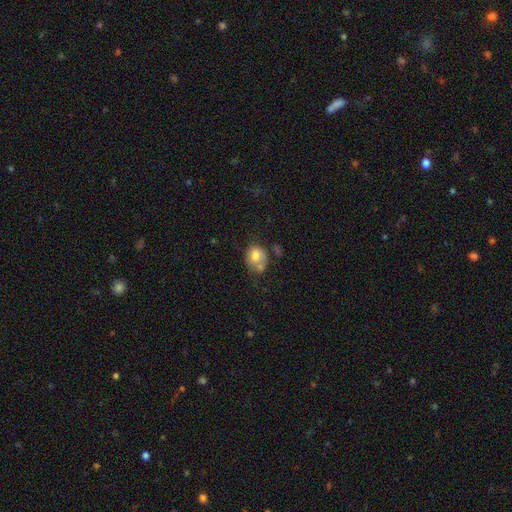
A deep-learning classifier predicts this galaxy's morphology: Smooth or featured: smooth — 74% (featured or disk — 17%)
How rounded: round — 66% (in between — 34%)
Merging: none — 41% (merger — 29%)